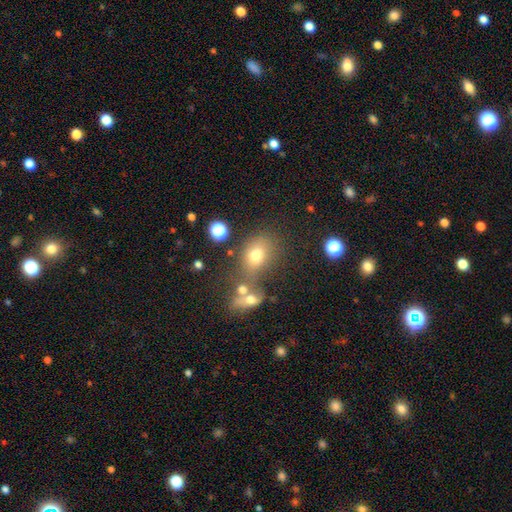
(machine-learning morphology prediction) A smooth galaxy with no disk features (68%) that is in between round and cigar-shaped (63%). Merging: none (46%).